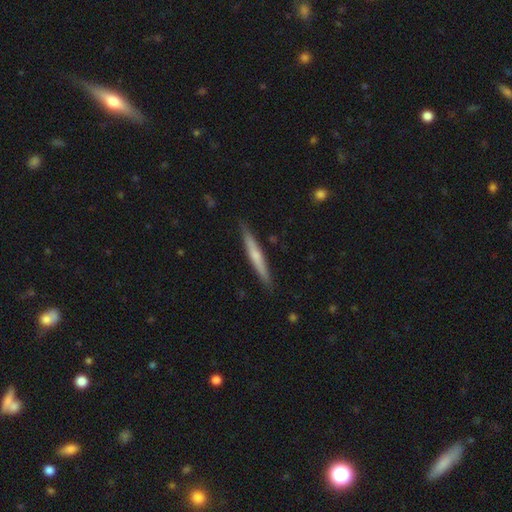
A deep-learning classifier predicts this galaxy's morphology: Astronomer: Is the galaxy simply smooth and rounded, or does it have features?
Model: smooth — 48% (runner-up: featured or disk, 46%).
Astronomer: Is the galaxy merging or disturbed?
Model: none — 89%.